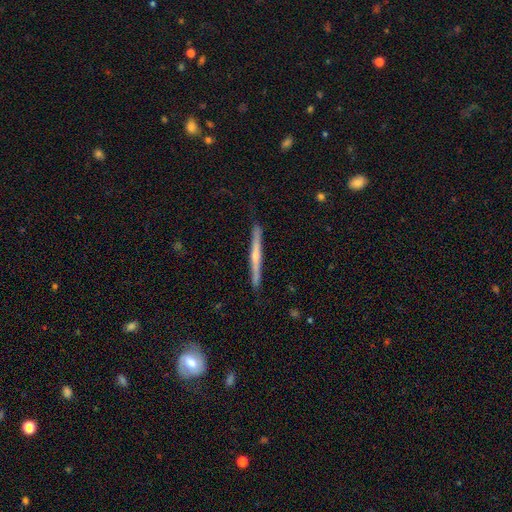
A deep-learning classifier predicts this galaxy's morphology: Overall: featured or disk (66%; smooth 29%). Edge-on disk: yes (98%). Edge-on bulge: rounded (58%; none 35%). Merging: none (90%).